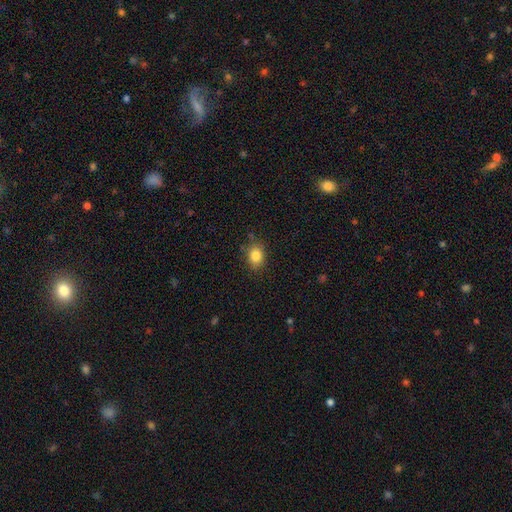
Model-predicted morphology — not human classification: smooth 84%, star or artifact 10%, featured or disk 6%. Down the decision tree: how rounded — in between (58%); merging — none (83%).